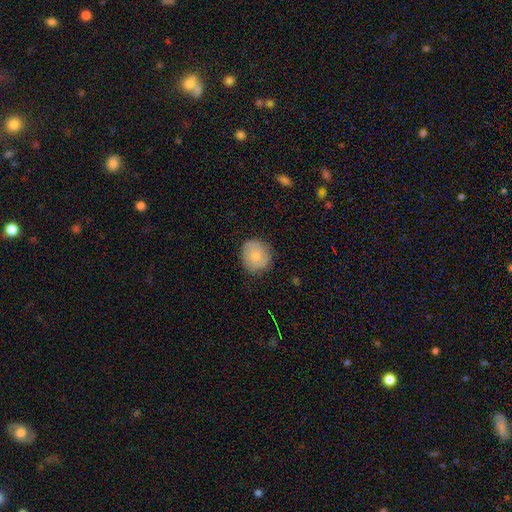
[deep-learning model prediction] A smooth galaxy with no disk features (81%) that is round (86%). Merging: none (82%).